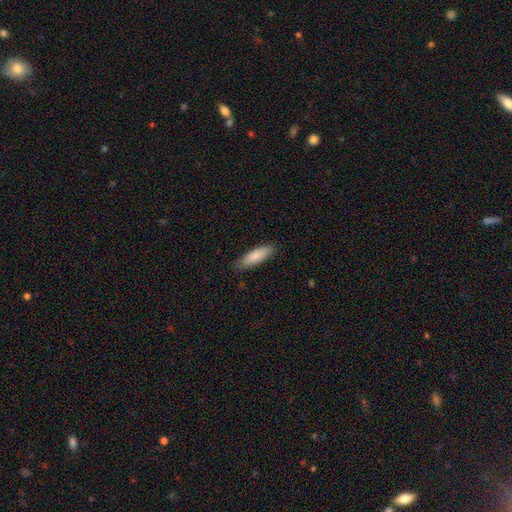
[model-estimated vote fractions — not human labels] This is clearly a smooth galaxy (85%). How rounded: possibly in between (51%). Merging: clearly none (81%).